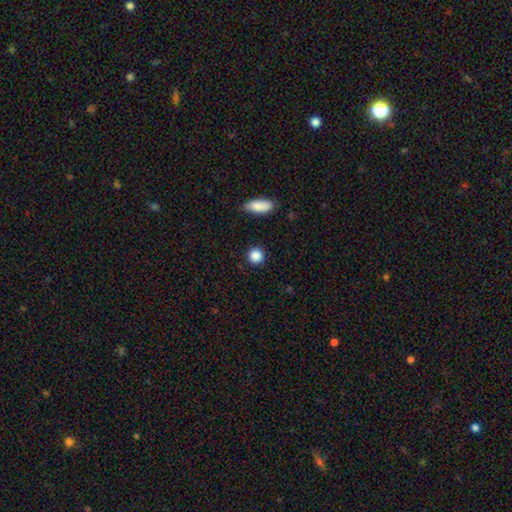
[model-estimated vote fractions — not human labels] Q: Smooth or featured?
A: smooth (88%); runner-up: star or artifact (9%)
Q: How rounded?
A: round (92%); runner-up: in between (7%)
Q: Merging?
A: none (90%); runner-up: minor disturbance (6%)